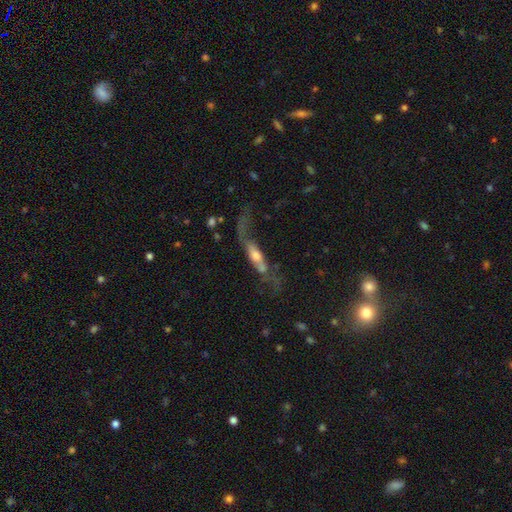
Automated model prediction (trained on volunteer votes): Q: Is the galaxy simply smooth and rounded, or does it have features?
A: featured or disk — 64%.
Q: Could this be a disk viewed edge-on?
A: no — 56%.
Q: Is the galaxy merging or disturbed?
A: none — 36%.